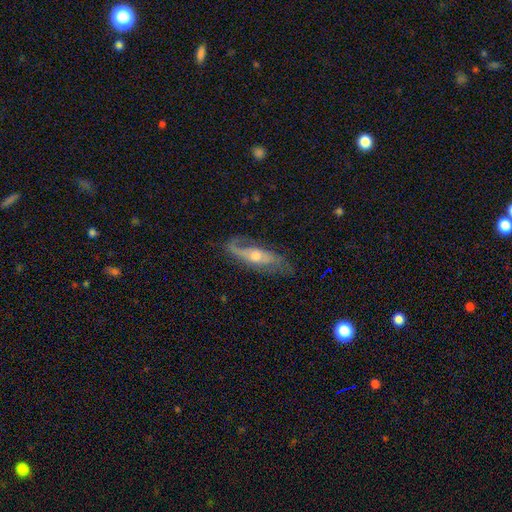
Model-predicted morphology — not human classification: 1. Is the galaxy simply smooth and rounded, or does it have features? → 75% featured or disk, 19% smooth, 6% star or artifact.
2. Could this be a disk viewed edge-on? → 76% no, 24% yes.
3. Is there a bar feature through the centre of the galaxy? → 61% no, 30% weak, 10% strong.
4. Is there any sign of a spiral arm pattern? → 89% yes, 11% no.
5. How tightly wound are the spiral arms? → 42% loose, 38% medium, 20% tight.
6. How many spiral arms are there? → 65% 2, 19% 1, 12% can't tell, 2% 3, 1% 4, 1% more than 4.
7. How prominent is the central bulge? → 63% moderate, 27% small, 7% large, 2% none, 1% dominant.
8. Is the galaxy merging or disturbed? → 64% none, 22% minor disturbance, 12% major disturbance, 2% merger.